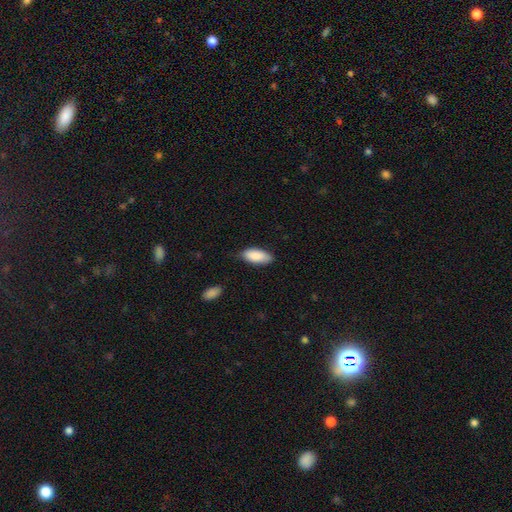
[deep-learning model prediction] A smooth galaxy with no disk features (89%) that is in between round and cigar-shaped (86%). Merging: none (72%).